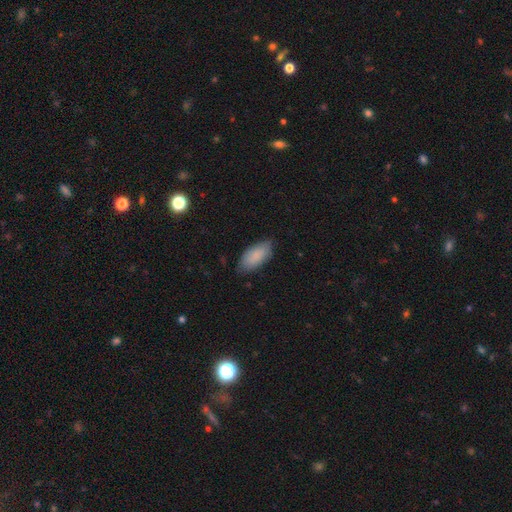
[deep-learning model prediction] A smooth galaxy with no disk features (87%) that is in between round and cigar-shaped (89%).

Vote fractions:
- Smooth or featured? smooth: 87% / featured or disk: 7% / star or artifact: 6%
- How rounded? in between: 89% / cigar-shaped: 9% / round: 2%
- Merging? none: 78% / minor disturbance: 18% / major disturbance: 3% / merger: 1%